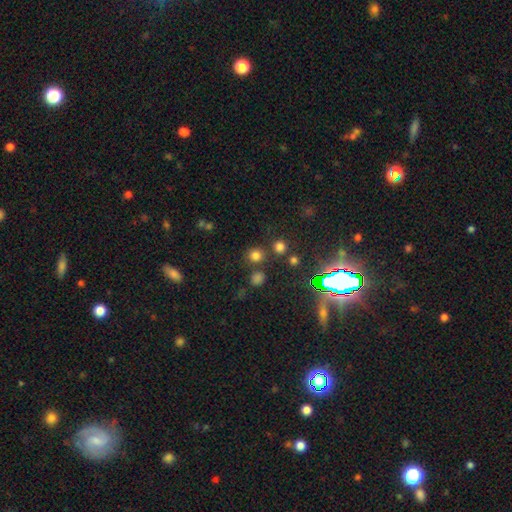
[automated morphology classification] This appears to be a smooth galaxy with no disk features (72%) that is round (88%). Merging: none (76%).